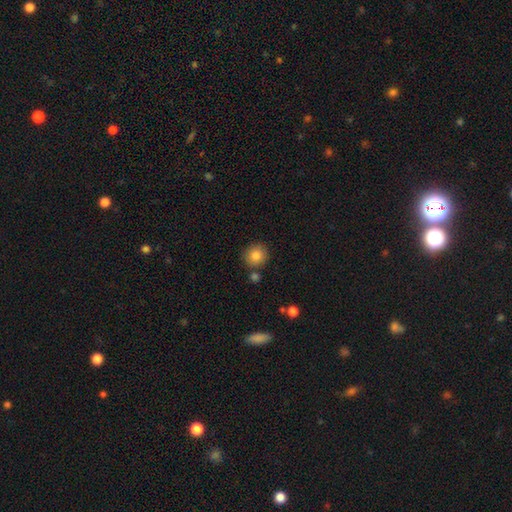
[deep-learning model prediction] Smooth or featured?
  - smooth: 85% *
  - star or artifact: 9%
  - featured or disk: 6%
How rounded?
  - round: 88% *
  - in between: 11%
  - cigar-shaped: 1%
Merging?
  - none: 80% *
  - minor disturbance: 9%
  - merger: 8%
  - major disturbance: 2%